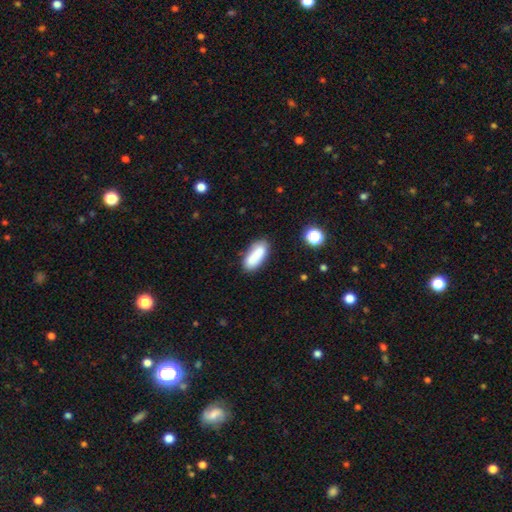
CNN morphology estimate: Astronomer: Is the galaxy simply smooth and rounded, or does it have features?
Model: smooth — 80%.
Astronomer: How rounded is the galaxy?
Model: in between — 72%.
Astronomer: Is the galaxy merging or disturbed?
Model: none — 71%.